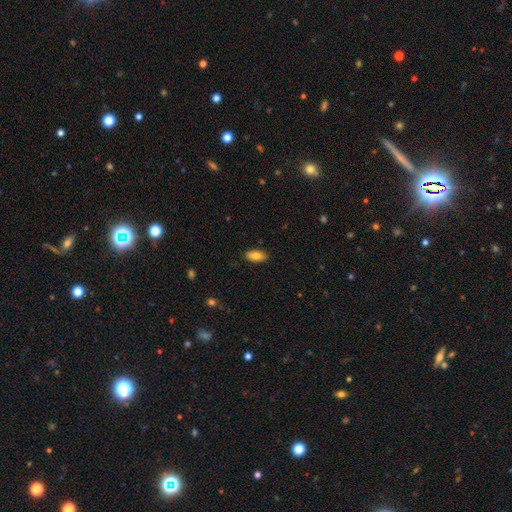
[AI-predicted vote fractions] This is clearly a smooth galaxy (83%). How rounded: clearly in between (89%). Merging: clearly none (88%).